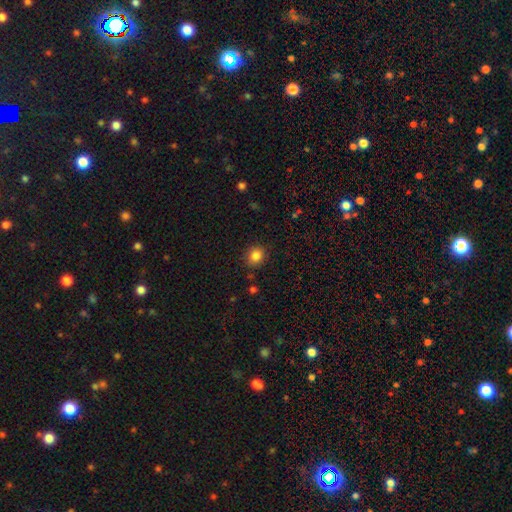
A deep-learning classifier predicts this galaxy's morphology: smooth 85%, star or artifact 11%, featured or disk 4%. Down the decision tree: how rounded — round (73%); merging — none (86%).